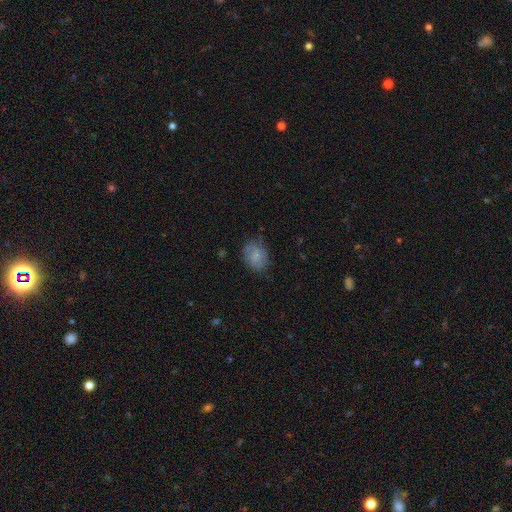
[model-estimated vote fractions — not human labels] Smooth or featured?
  - smooth: 75% *
  - featured or disk: 16%
  - star or artifact: 9%
How rounded?
  - in between: 60% *
  - round: 39%
  - cigar-shaped: 1%
Merging?
  - none: 65% *
  - minor disturbance: 25%
  - major disturbance: 9%
  - merger: 2%